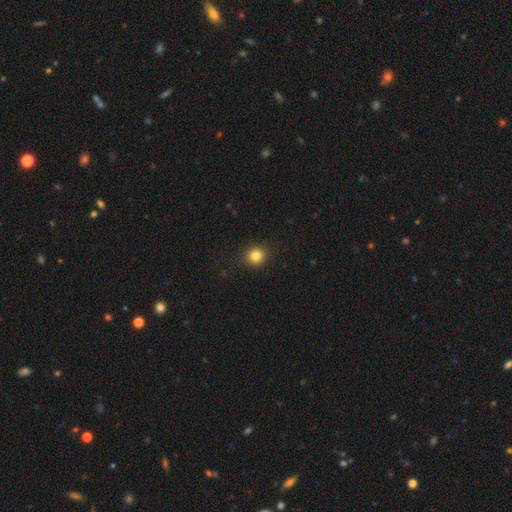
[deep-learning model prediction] A smooth galaxy with no disk features (83%) that is round (88%). Merging: none (90%).